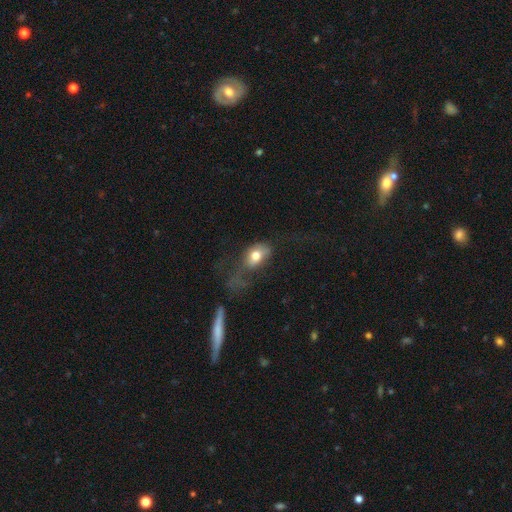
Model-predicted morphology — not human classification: The model was most divided on "merging": major disturbance: 47%, none: 26%, minor disturbance: 21%, merger: 5%. More confident: how rounded — in between (80%); smooth or featured — smooth (71%).